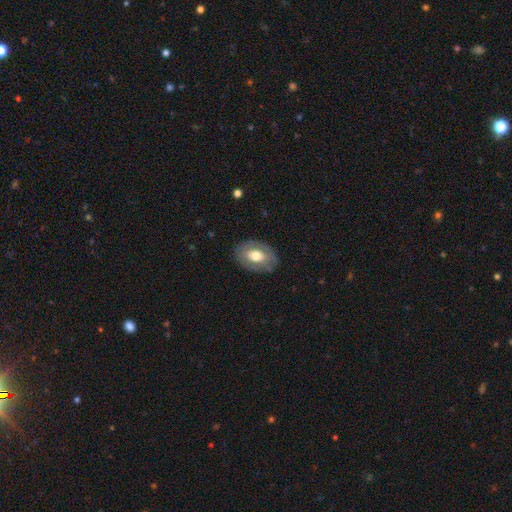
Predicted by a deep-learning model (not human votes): Overall: smooth (52%; featured or disk 41%). How rounded: in between (81%). Merging: none (79%).